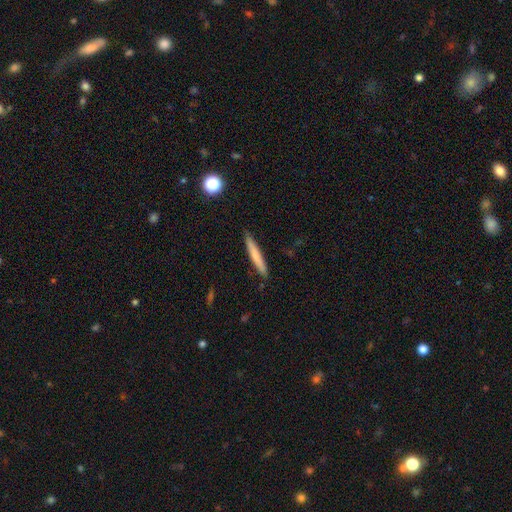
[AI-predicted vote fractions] A smooth galaxy with no disk features (71%) that is cigar-shaped (95%). Merging: none (88%).